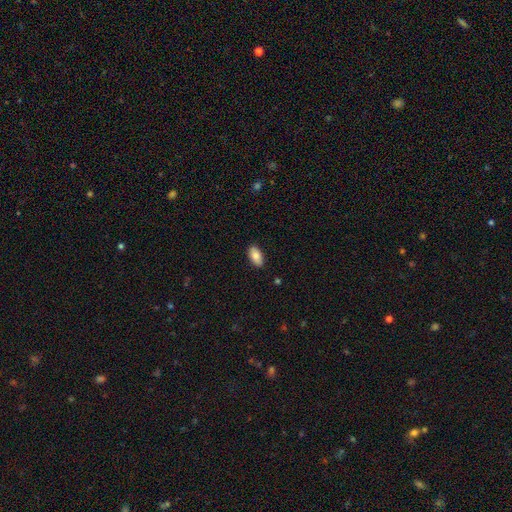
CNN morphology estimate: Smooth or featured? Predicted: smooth (p=0.85). How rounded? Predicted: in between (p=0.92). Merging? Predicted: none (p=0.88).